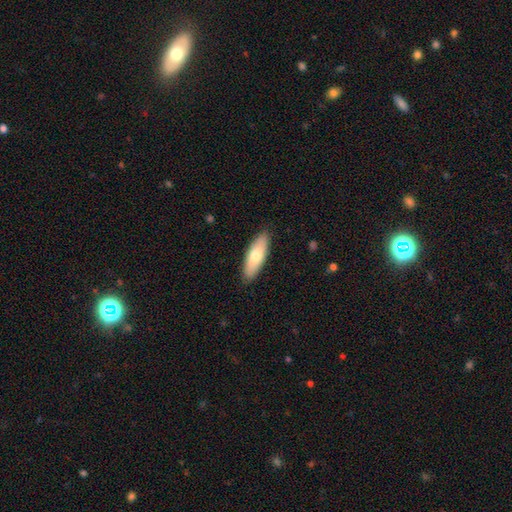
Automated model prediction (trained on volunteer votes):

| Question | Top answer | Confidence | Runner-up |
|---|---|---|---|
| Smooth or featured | smooth | 72% | featured or disk (23%) |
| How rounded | in between | 59% | cigar-shaped (39%) |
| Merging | none | 88% | minor disturbance (9%) |